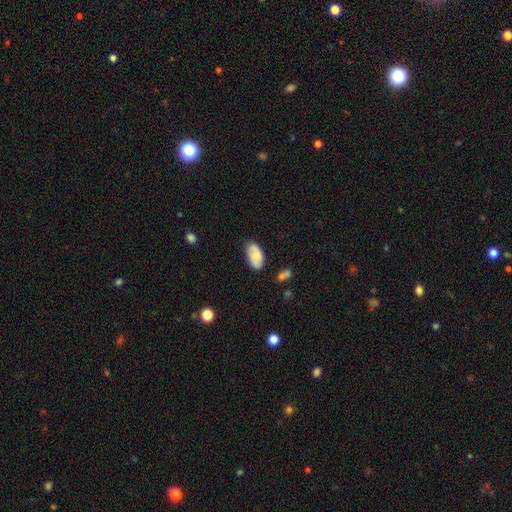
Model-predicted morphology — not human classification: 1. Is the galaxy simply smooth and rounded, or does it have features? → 67% smooth, 26% featured or disk, 6% star or artifact.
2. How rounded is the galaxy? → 95% in between, 3% round, 2% cigar-shaped.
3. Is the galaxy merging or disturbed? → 78% none, 17% minor disturbance, 3% major disturbance, 3% merger.